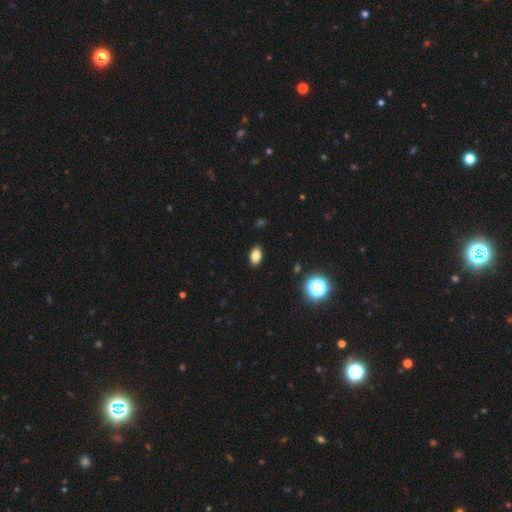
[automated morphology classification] smooth 82%, star or artifact 12%, featured or disk 6%. Down the decision tree: how rounded — in between (88%); merging — none (90%).